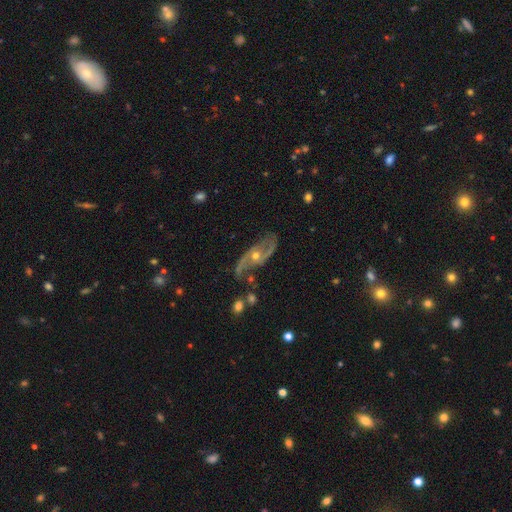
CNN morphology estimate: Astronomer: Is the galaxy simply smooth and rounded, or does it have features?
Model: featured or disk — 85%.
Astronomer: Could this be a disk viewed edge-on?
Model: no — 90%.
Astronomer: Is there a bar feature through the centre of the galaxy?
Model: no — 67%.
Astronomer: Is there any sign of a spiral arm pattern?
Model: yes — 93%.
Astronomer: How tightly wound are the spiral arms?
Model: loose — 47% (runner-up: medium, 39%).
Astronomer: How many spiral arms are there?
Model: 2 — 88%.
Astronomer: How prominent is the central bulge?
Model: moderate — 56% (runner-up: small, 39%).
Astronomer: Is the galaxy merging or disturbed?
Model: none — 68%.